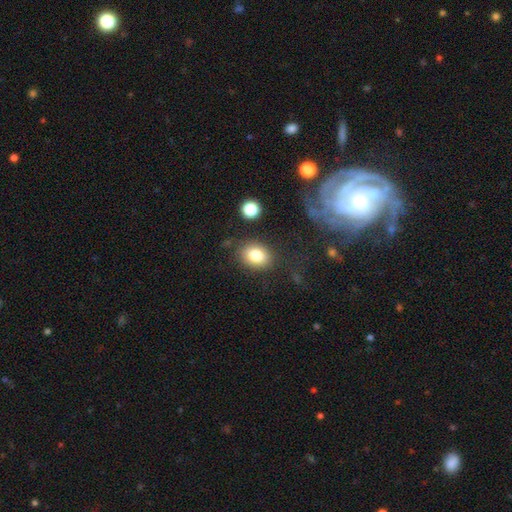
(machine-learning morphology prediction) Smooth or featured?
  - smooth: 82% *
  - star or artifact: 10%
  - featured or disk: 8%
How rounded?
  - in between: 58% *
  - round: 41%
  - cigar-shaped: 1%
Merging?
  - none: 80% *
  - minor disturbance: 12%
  - major disturbance: 5%
  - merger: 3%